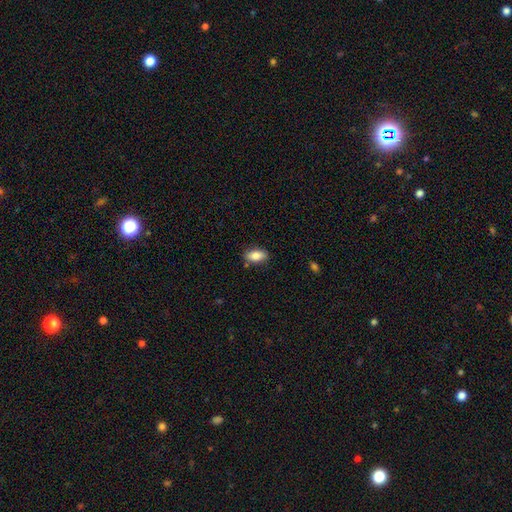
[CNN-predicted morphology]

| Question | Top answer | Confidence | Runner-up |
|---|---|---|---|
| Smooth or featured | smooth | 85% | featured or disk (8%) |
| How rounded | in between | 90% | cigar-shaped (6%) |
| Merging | none | 84% | minor disturbance (11%) |